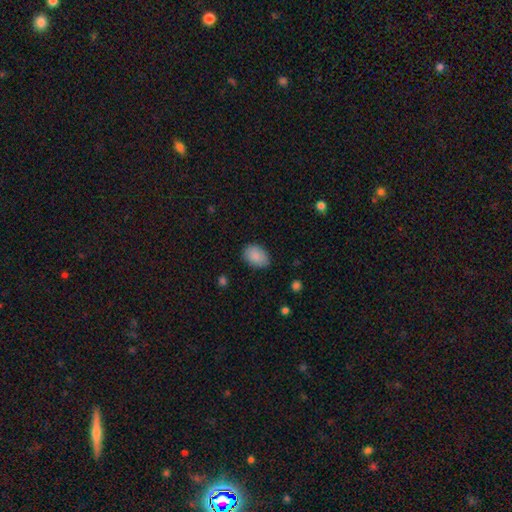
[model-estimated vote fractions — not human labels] This appears to be a smooth galaxy with no disk features (88%) that is in between round and cigar-shaped (81%). Merging: none (81%).